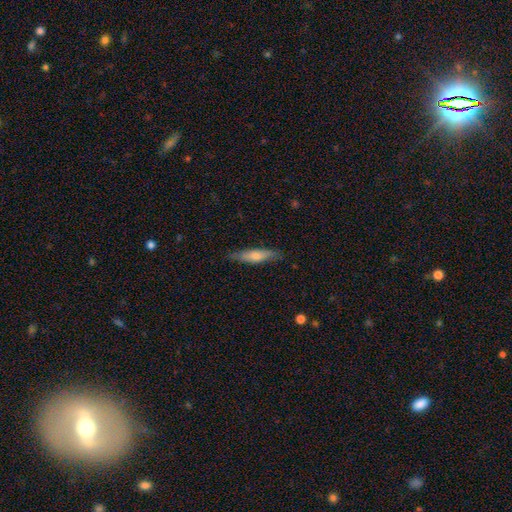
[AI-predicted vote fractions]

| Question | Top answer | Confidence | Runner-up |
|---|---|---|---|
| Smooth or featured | smooth | 63% | featured or disk (32%) |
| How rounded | cigar-shaped | 80% | in between (18%) |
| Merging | none | 84% | minor disturbance (13%) |